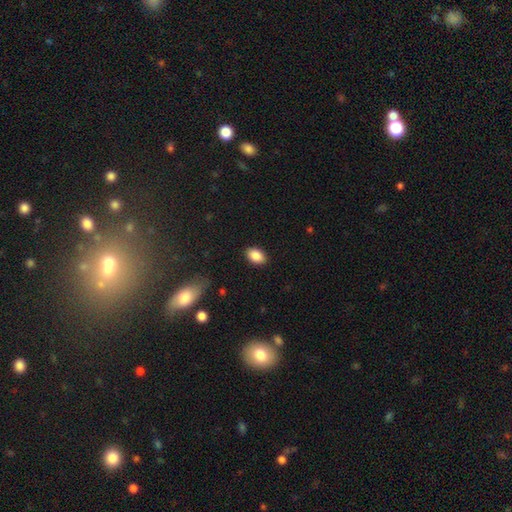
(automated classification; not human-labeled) smooth-or-featured: smooth: 87% | star or artifact: 8% | featured or disk: 5%
  how-rounded: in between: 89% | round: 9% | cigar-shaped: 1%
  merging: none: 88% | minor disturbance: 9% | major disturbance: 2% | merger: 1%